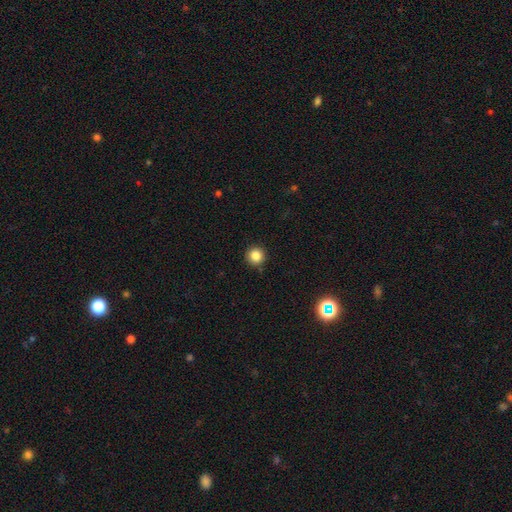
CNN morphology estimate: smooth-or-featured: smooth: 84% | star or artifact: 11% | featured or disk: 4%
  how-rounded: round: 95% | in between: 4% | cigar-shaped: 1%
  merging: none: 91% | minor disturbance: 6% | major disturbance: 2% | merger: 2%